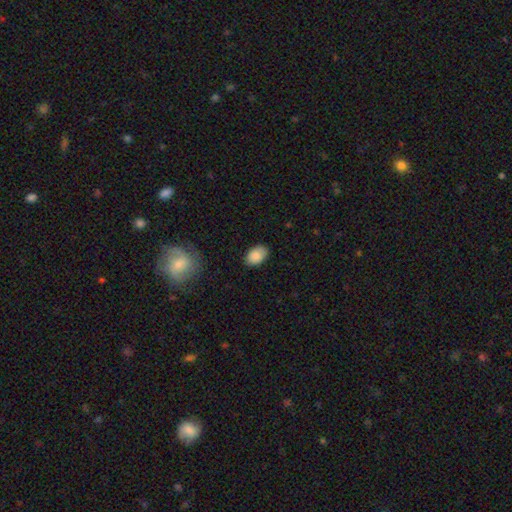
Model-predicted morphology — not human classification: The model was most divided on "merging": none: 83%, minor disturbance: 13%, major disturbance: 2%, merger: 1%. More confident: how rounded — in between (88%); smooth or featured — smooth (88%).